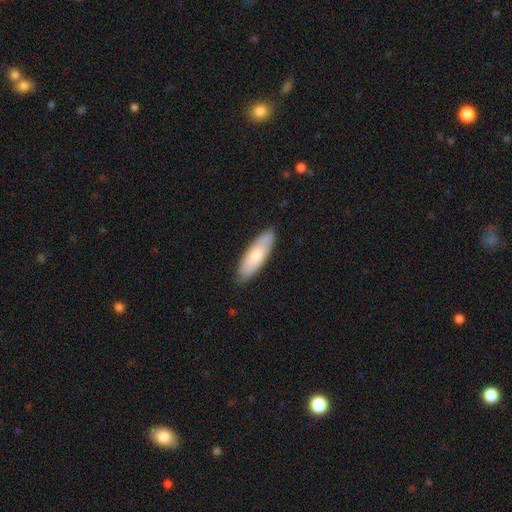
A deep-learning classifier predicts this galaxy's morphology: This appears to be a smooth galaxy with no disk features (69%) that is in between round and cigar-shaped (55%). Merging: none (85%).